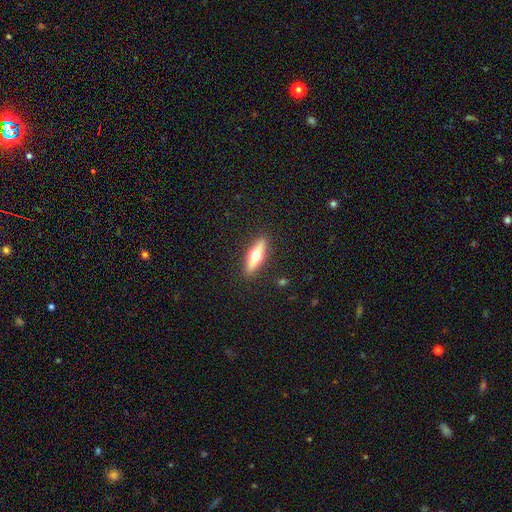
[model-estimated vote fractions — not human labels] Morphology: type=featured or disk (50%); merging=none (90%).